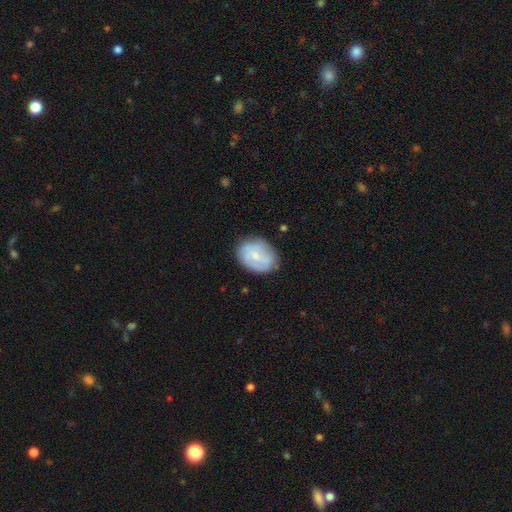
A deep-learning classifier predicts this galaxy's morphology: Smooth or featured?
  - smooth: 49% *
  - featured or disk: 45%
  - star or artifact: 6%
Merging?
  - none: 76% *
  - minor disturbance: 18%
  - major disturbance: 5%
  - merger: 1%